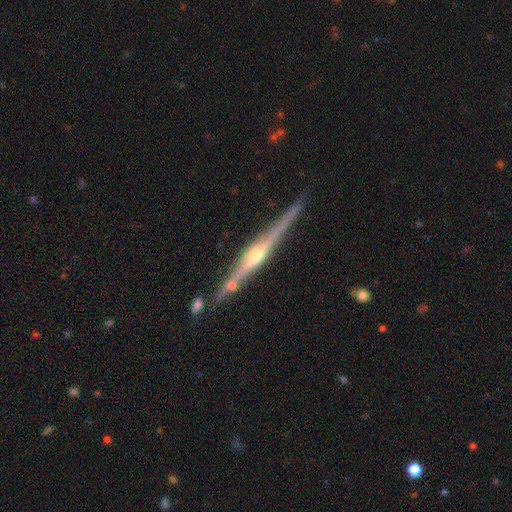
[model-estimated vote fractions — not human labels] featured or disk 87%, smooth 8%, star or artifact 5%. Down the decision tree: edge-on disk — yes (98%); edge-on bulge — rounded (84%); merging — none (82%).